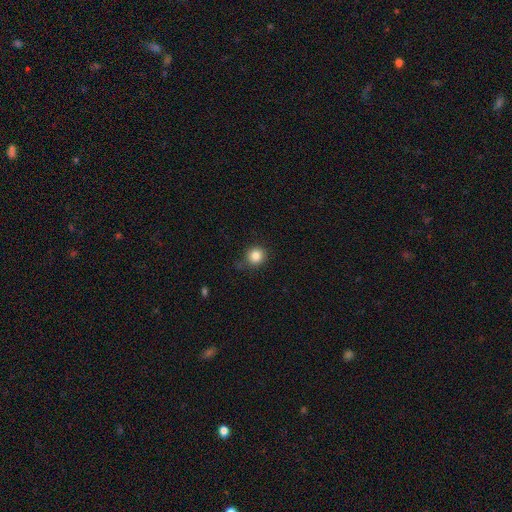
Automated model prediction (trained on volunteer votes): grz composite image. It shows a smooth galaxy with no disk features (84%) that is round (89%). Merging: none (77%).